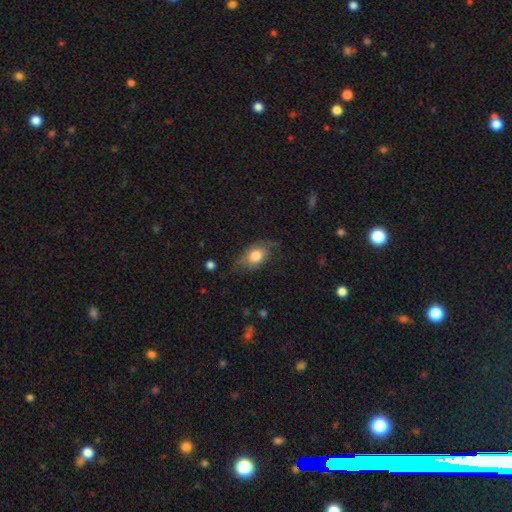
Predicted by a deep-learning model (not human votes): Smooth or featured?
  - smooth: 71% *
  - featured or disk: 22%
  - star or artifact: 8%
How rounded?
  - in between: 77% *
  - round: 19%
  - cigar-shaped: 4%
Merging?
  - none: 56% *
  - minor disturbance: 30%
  - major disturbance: 13%
  - merger: 2%